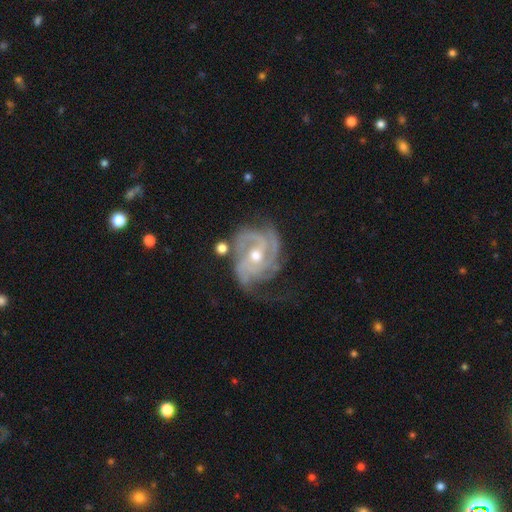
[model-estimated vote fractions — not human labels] A featured or disk galaxy (91%) with no bar (56%), 3 (44%) tight (62%) spiral arms (98%) and a moderate central bulge (67%).

Vote fractions:
- Smooth or featured? featured or disk: 91% / star or artifact: 5% / smooth: 4%
- Edge-on disk? no: 98% / yes: 2%
- Bar? no: 56% / weak: 34% / strong: 11%
- Spiral arms? yes: 98% / no: 2%
- Spiral winding? tight: 62% / medium: 32% / loose: 6%
- Spiral arm count? 3: 44% / 2: 17% / 4: 15% / can't tell: 14% / more than 4: 5% / 1: 5%
- Bulge size? moderate: 67% / small: 29% / large: 3% / none: 1% / dominant: 1%
- Merging? none: 58% / minor disturbance: 24% / major disturbance: 14% / merger: 4%